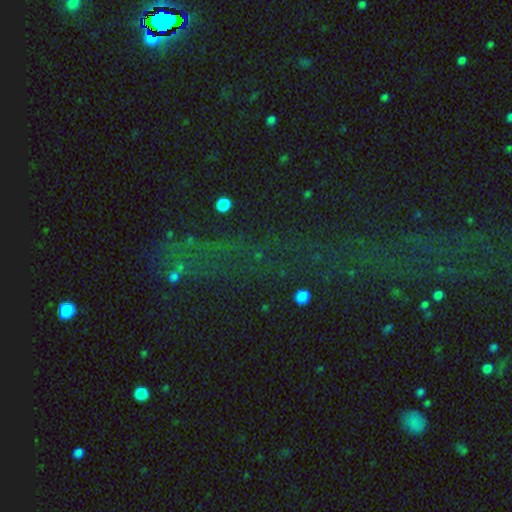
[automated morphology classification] This is likely a star or artifact rather than a galaxy (65%).